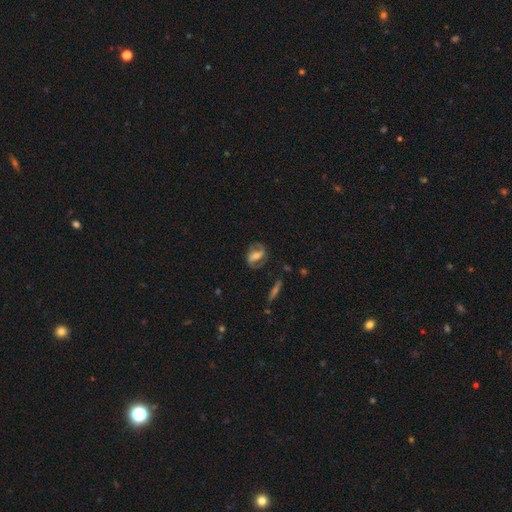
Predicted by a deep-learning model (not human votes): Overall: featured or disk (72%). Edge-on disk: no (94%). Bar: strong (42%; weak 38%). Spiral arms: yes (89%). Spiral arm count: 2 (87%). Spiral winding: medium (46%; loose 31%). Bulge size: moderate (47%; small 29%). Merging: none (75%).